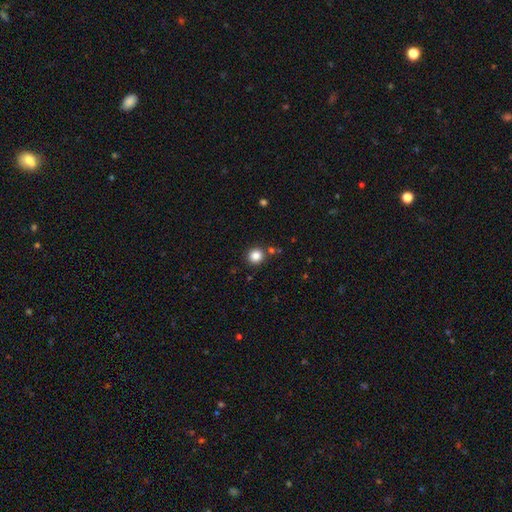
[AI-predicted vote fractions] A smooth galaxy with no disk features (84%) that is round (91%).

Vote fractions:
- Smooth or featured? smooth: 84% / star or artifact: 12% / featured or disk: 4%
- How rounded? round: 91% / in between: 8% / cigar-shaped: 1%
- Merging? none: 86% / minor disturbance: 7% / merger: 5% / major disturbance: 2%